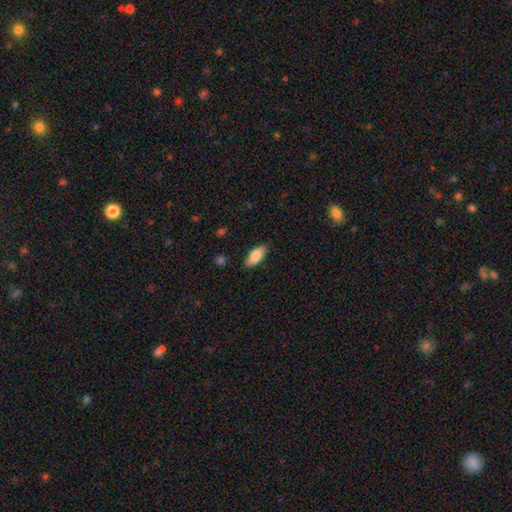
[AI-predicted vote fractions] Overall: smooth (85%). How rounded: in between (84%). Merging: none (85%).